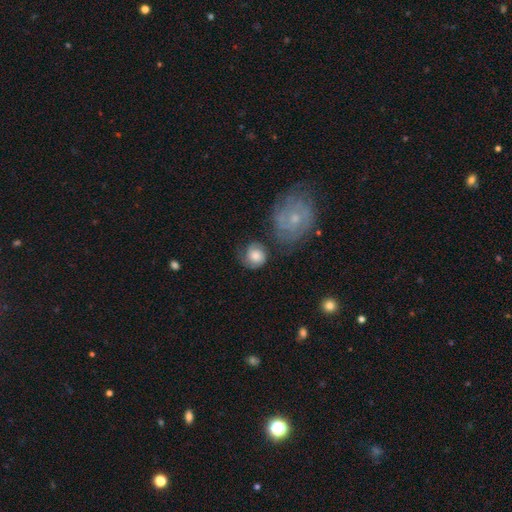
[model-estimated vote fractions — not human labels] A smooth galaxy with no disk features (56%) that is round (80%). Merging: none (54%).